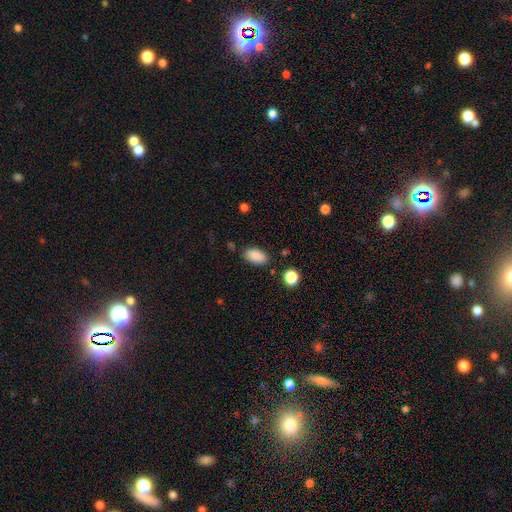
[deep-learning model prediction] Smooth or featured?
  - smooth: 87% *
  - star or artifact: 8%
  - featured or disk: 5%
How rounded?
  - in between: 93% *
  - round: 4%
  - cigar-shaped: 3%
Merging?
  - none: 83% *
  - minor disturbance: 11%
  - major disturbance: 3%
  - merger: 3%